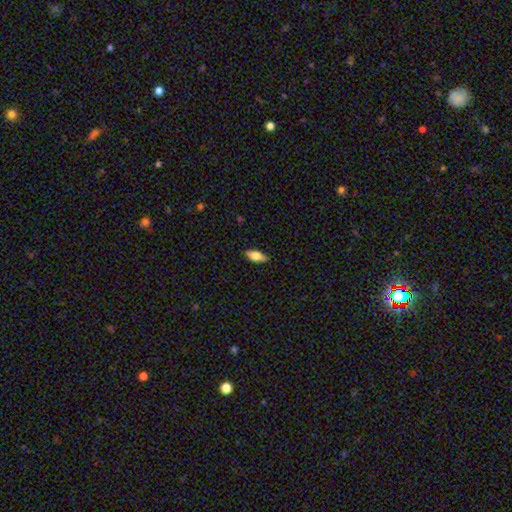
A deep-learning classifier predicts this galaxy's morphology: Q: Smooth or featured?
A: smooth (74%); runner-up: featured or disk (19%)
Q: How rounded?
A: in between (81%); runner-up: cigar-shaped (16%)
Q: Merging?
A: none (86%); runner-up: minor disturbance (11%)